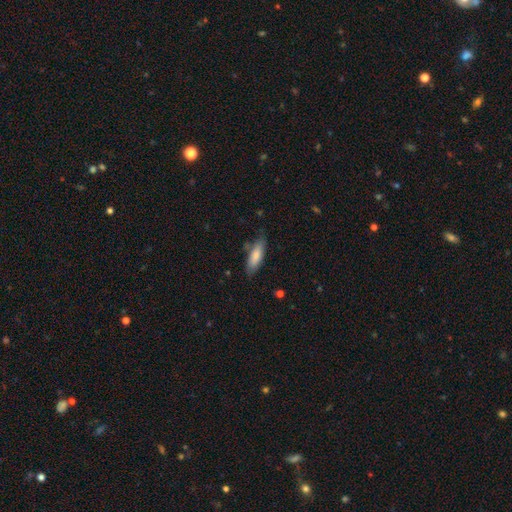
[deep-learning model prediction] Smooth or featured: smooth — 80% (featured or disk — 14%)
How rounded: in between — 53% (cigar-shaped — 45%)
Merging: none — 75% (minor disturbance — 18%)